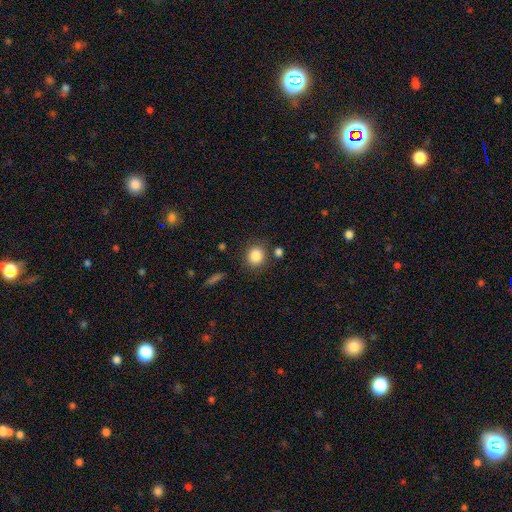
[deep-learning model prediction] smooth 86%, star or artifact 10%, featured or disk 5%. Down the decision tree: how rounded — round (85%); merging — none (80%).